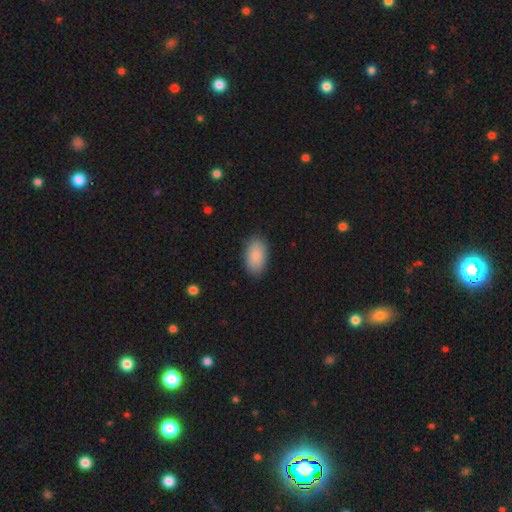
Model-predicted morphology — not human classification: Q: Smooth or featured?
A: smooth (89%); runner-up: star or artifact (6%)
Q: How rounded?
A: in between (94%); runner-up: round (4%)
Q: Merging?
A: none (86%); runner-up: minor disturbance (11%)